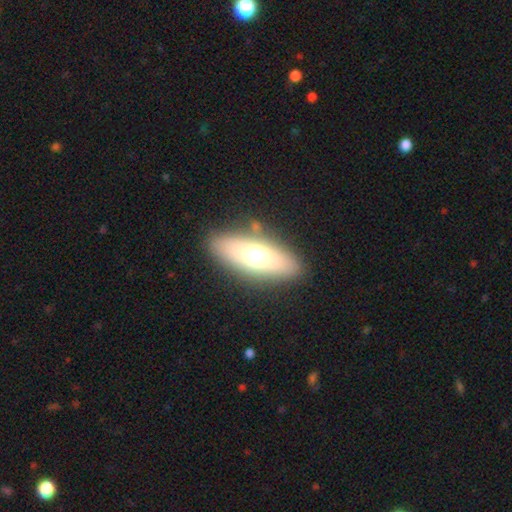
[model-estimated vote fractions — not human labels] The model was most divided on "smooth or featured": smooth: 62%, featured or disk: 31%, star or artifact: 8%. More confident: merging — none (85%); how rounded — in between (67%).